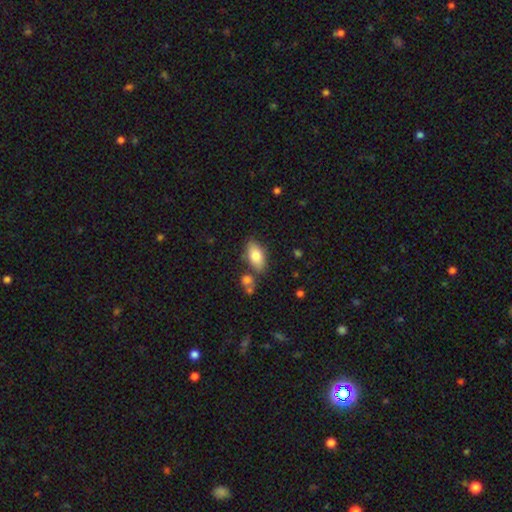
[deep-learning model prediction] smooth 78%, featured or disk 15%, star or artifact 7%. Down the decision tree: how rounded — in between (89%); merging — none (72%).